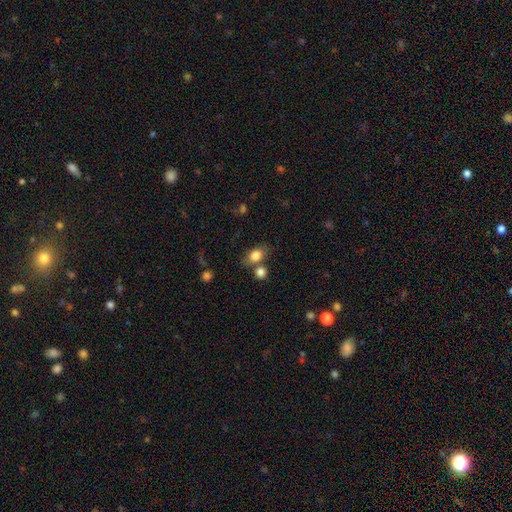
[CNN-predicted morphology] A smooth galaxy with no disk features (82%) that is in between round and cigar-shaped (66%). Merging: none (61%).